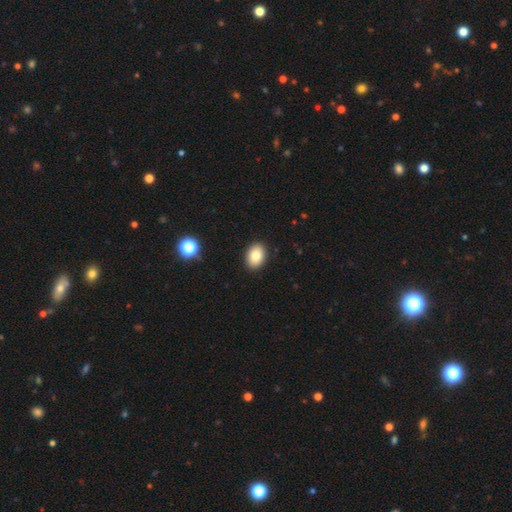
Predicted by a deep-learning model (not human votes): Q: Smooth or featured?
A: smooth (84%); runner-up: star or artifact (9%)
Q: How rounded?
A: in between (76%); runner-up: round (23%)
Q: Merging?
A: none (91%); runner-up: minor disturbance (6%)